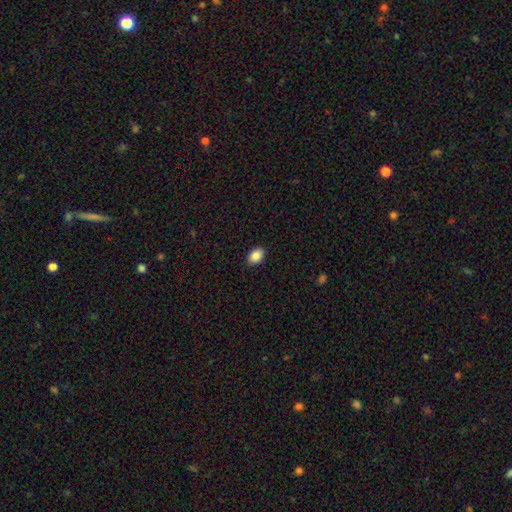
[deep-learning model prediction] Smooth or featured? smooth (87%)
How rounded? in between (81%)
Merging? none (89%)